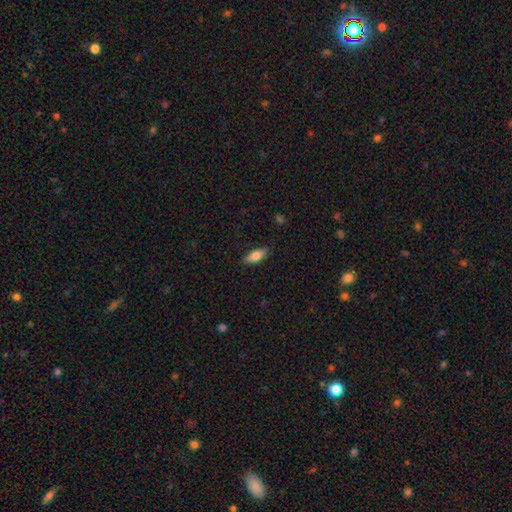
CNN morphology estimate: A smooth galaxy with no disk features (78%) that is in between round and cigar-shaped (78%).

Vote fractions:
- Smooth or featured? smooth: 78% / featured or disk: 16% / star or artifact: 7%
- How rounded? in between: 78% / cigar-shaped: 19% / round: 3%
- Merging? none: 83% / minor disturbance: 13% / major disturbance: 2% / merger: 1%